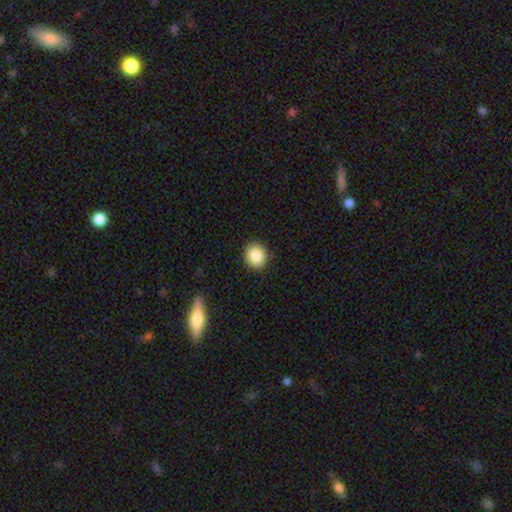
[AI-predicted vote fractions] This appears to be a smooth galaxy with no disk features (87%) that is round (76%). Merging: none (90%).